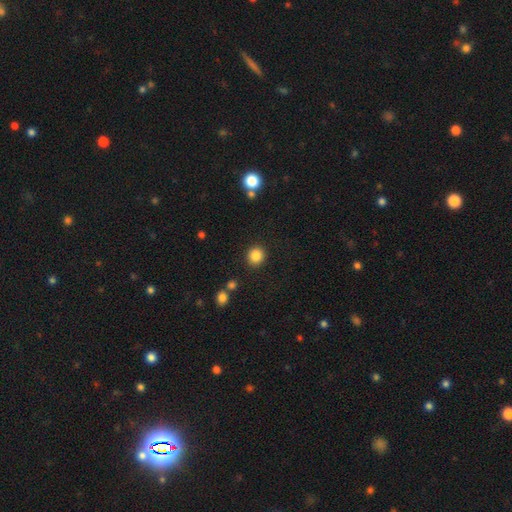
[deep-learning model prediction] A smooth galaxy with no disk features (85%) that is round (87%).

Vote fractions:
- Smooth or featured? smooth: 85% / star or artifact: 11% / featured or disk: 4%
- How rounded? round: 87% / in between: 13% / cigar-shaped: 1%
- Merging? none: 89% / minor disturbance: 6% / major disturbance: 2% / merger: 2%